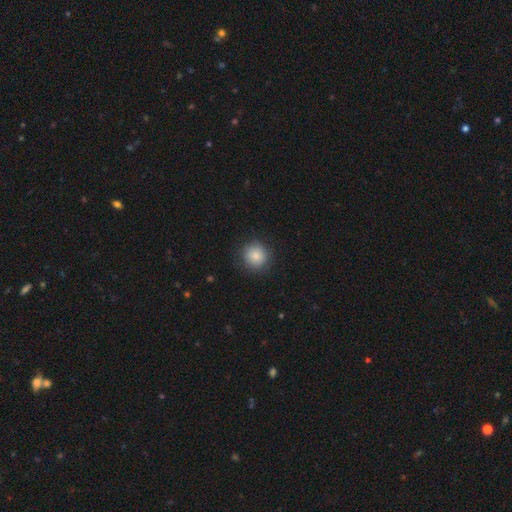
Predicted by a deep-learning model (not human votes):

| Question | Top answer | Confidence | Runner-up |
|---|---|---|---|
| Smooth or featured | smooth | 86% | star or artifact (9%) |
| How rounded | round | 92% | in between (7%) |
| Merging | none | 88% | minor disturbance (9%) |